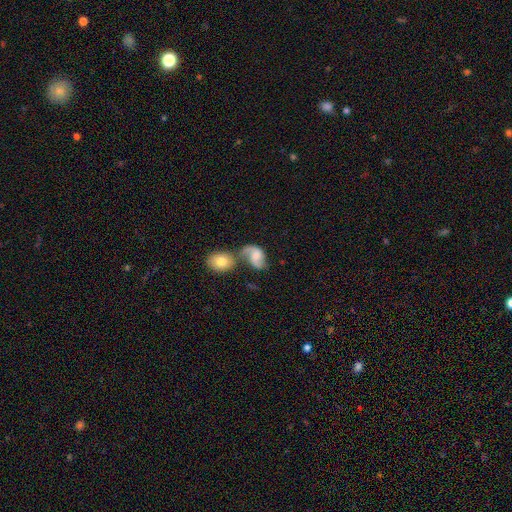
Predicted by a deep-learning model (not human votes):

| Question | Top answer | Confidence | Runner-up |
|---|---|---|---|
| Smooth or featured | featured or disk | 66% | smooth (27%) |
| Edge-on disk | no | 97% | yes (3%) |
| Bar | no | 55% | weak (37%) |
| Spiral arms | yes | 89% | no (11%) |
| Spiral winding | loose | 55% | medium (36%) |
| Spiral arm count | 2 | 83% | 1 (9%) |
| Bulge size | moderate | 51% | small (32%) |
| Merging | merger | 44% | none (30%) |